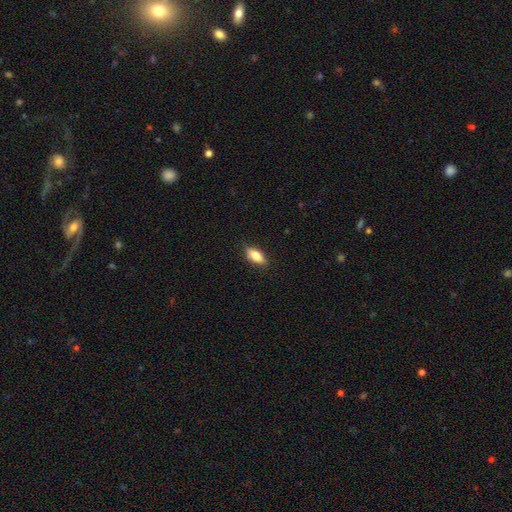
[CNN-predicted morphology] Smooth or featured? smooth (74%)
How rounded? in between (79%)
Merging? none (86%)